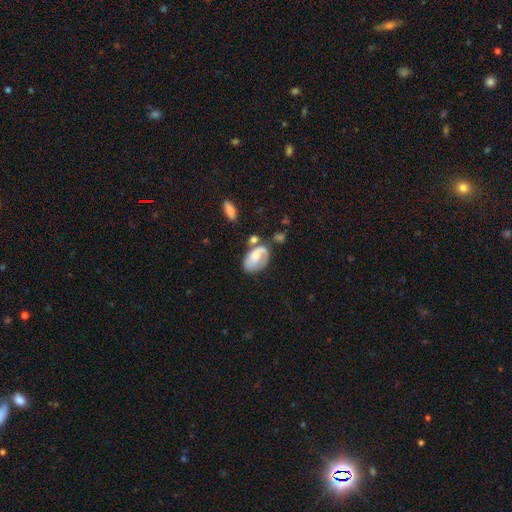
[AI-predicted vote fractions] This appears to be a featured or disk galaxy (50%). Merging: none (43%).